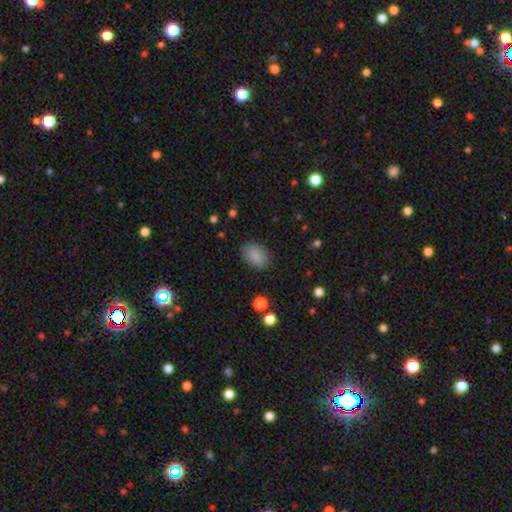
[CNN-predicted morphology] A smooth galaxy with no disk features (87%) that is in between round and cigar-shaped (85%).

Vote fractions:
- Smooth or featured? smooth: 87% / star or artifact: 8% / featured or disk: 5%
- How rounded? in between: 85% / round: 14% / cigar-shaped: 1%
- Merging? none: 86% / minor disturbance: 10% / major disturbance: 3% / merger: 1%